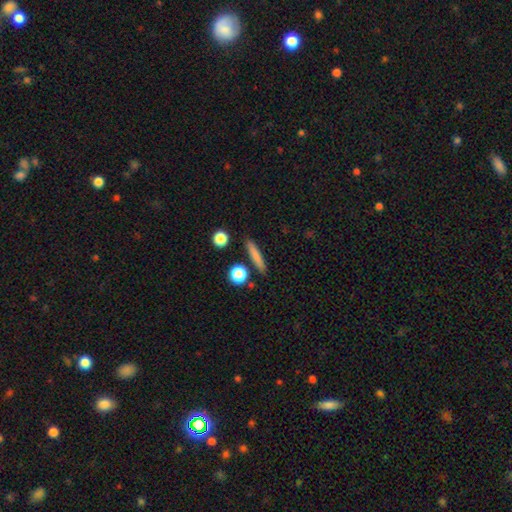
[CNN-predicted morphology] smooth 76%, featured or disk 15%, star or artifact 8%. Down the decision tree: how rounded — cigar-shaped (83%); merging — none (86%).